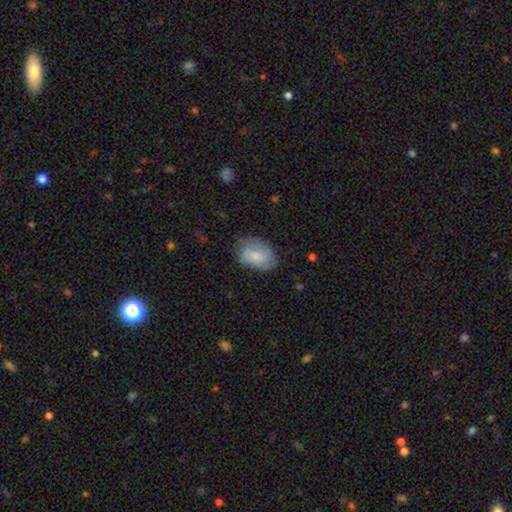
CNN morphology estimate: The model was most divided on "merging": none: 62%, minor disturbance: 27%, major disturbance: 9%, merger: 2%. More confident: how rounded — in between (84%); smooth or featured — smooth (77%).